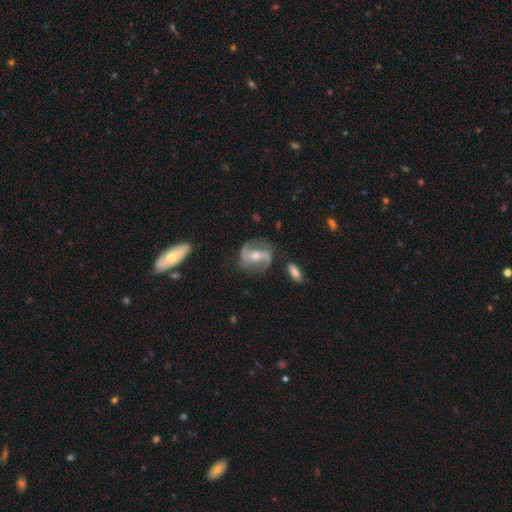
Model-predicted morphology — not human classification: Overall: featured or disk (84%). Edge-on disk: no (95%). Bar: strong (47%; weak 31%). Spiral arms: yes (93%). Spiral arm count: 2 (90%). Spiral winding: loose (45%; medium 40%). Bulge size: moderate (56%; small 40%). Merging: none (75%).